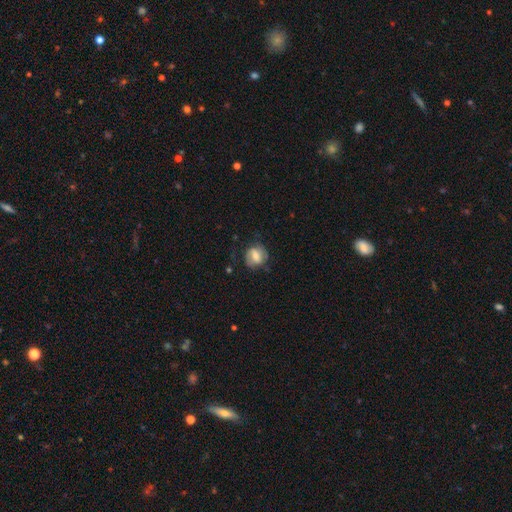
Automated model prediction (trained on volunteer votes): smooth_or_featured: smooth (p=0.50) [alt: featured or disk p=0.42]
merging: none (p=0.63) [alt: minor disturbance p=0.23]